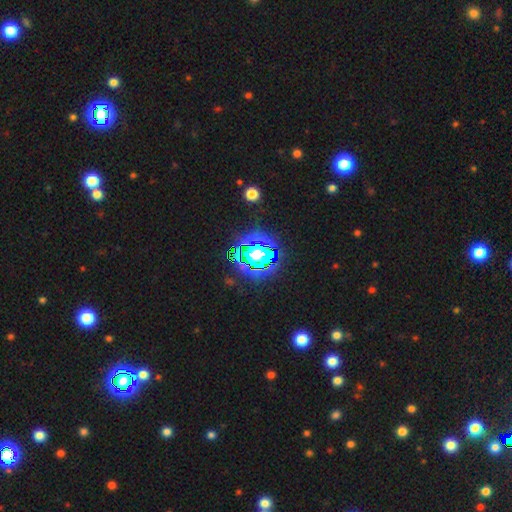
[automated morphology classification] Smooth or featured? star or artifact (65%)